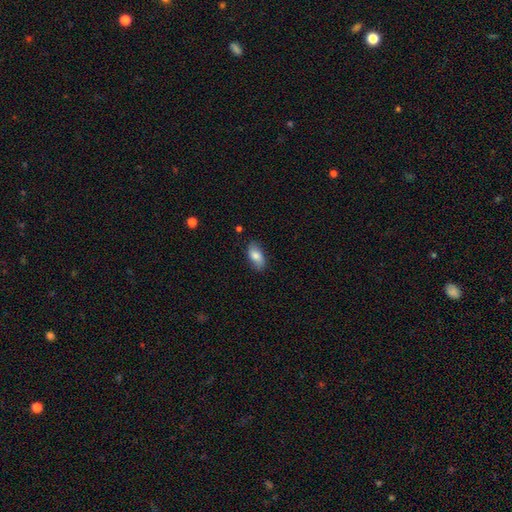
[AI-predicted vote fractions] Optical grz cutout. It shows a smooth galaxy with no disk features (76%) that is in between round and cigar-shaped (90%). Merging: none (78%).